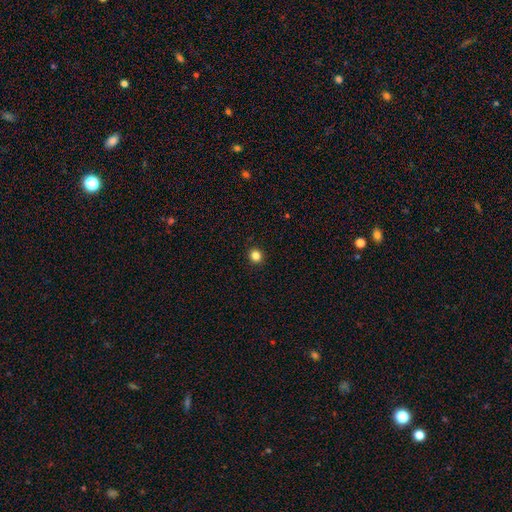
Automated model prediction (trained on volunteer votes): A smooth galaxy with no disk features (84%) that is round (88%).

Vote fractions:
- Smooth or featured? smooth: 84% / star or artifact: 12% / featured or disk: 4%
- How rounded? round: 88% / in between: 11% / cigar-shaped: 1%
- Merging? none: 93% / minor disturbance: 5% / major disturbance: 2% / merger: 1%